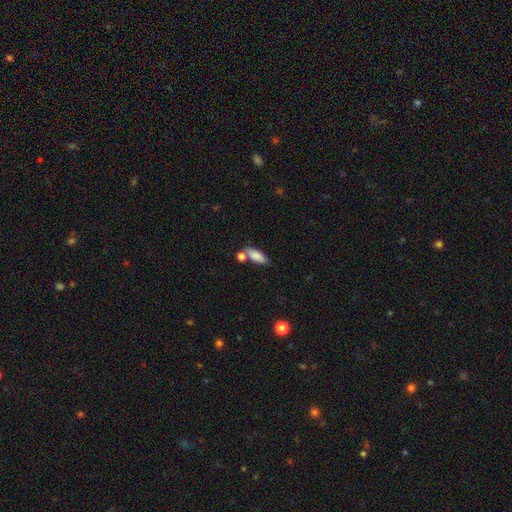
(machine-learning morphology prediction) smooth_or_featured: smooth (p=0.85) [alt: featured or disk p=0.08]
how_rounded: in between (p=0.76) [alt: cigar-shaped p=0.20]
merging: none (p=0.58) [alt: merger p=0.23]